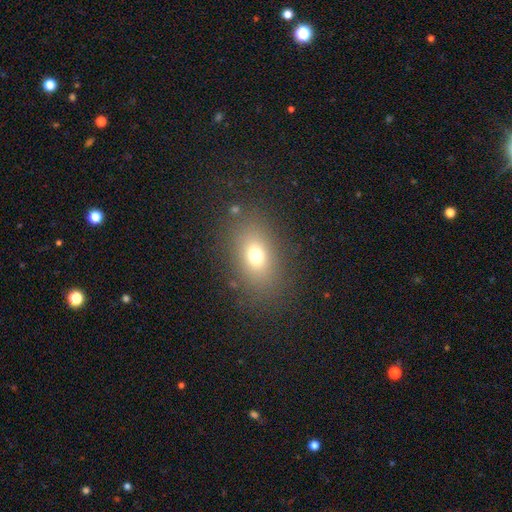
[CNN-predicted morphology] smooth-or-featured: smooth: 70% | star or artifact: 16% | featured or disk: 13%
  how-rounded: in between: 72% | round: 26% | cigar-shaped: 3%
  merging: none: 83% | minor disturbance: 10% | major disturbance: 6% | merger: 2%